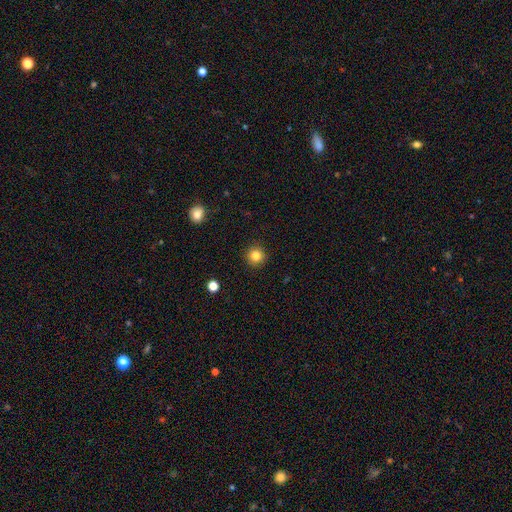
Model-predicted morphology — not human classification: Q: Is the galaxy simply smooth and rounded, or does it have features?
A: smooth — 84%.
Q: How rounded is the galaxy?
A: round — 95%.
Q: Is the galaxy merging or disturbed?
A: none — 92%.